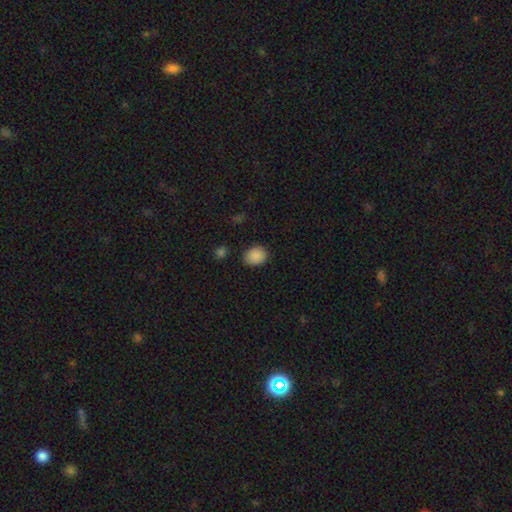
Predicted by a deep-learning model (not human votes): Smooth or featured: smooth — 88% (star or artifact — 9%)
How rounded: round — 56% (in between — 43%)
Merging: none — 81% (minor disturbance — 14%)